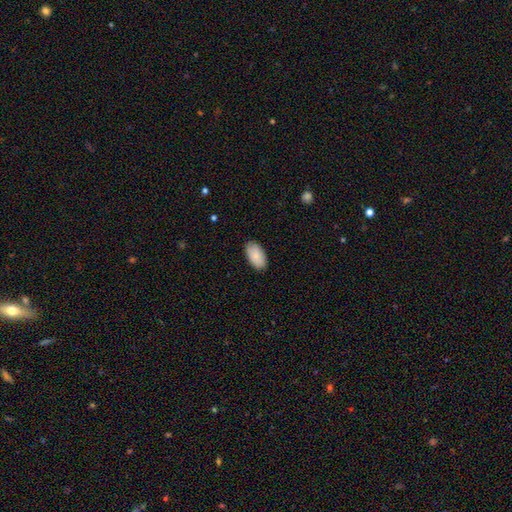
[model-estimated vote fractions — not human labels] This is clearly a smooth galaxy (86%). How rounded: clearly in between (95%). Merging: clearly none (87%).